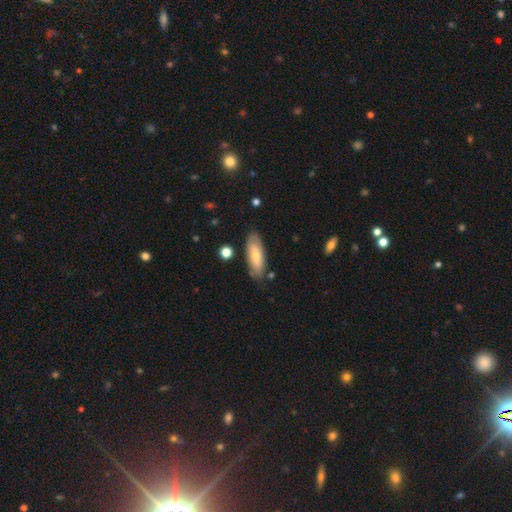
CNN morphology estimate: Q: Smooth or featured?
A: smooth (71%); runner-up: featured or disk (23%)
Q: How rounded?
A: in between (66%); runner-up: cigar-shaped (32%)
Q: Merging?
A: none (80%); runner-up: minor disturbance (15%)